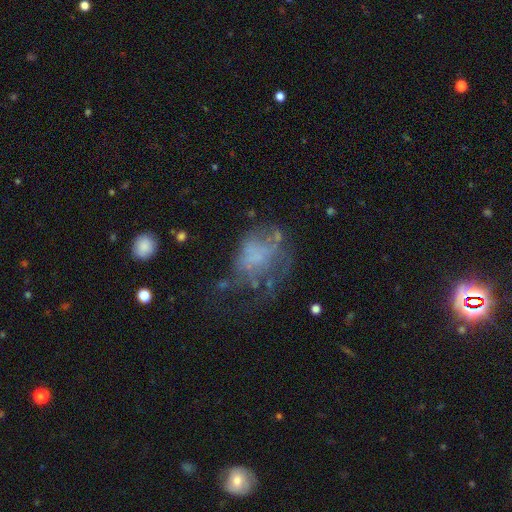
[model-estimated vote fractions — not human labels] Smooth or featured? Predicted: featured or disk (p=0.48). Merging? Predicted: major disturbance (p=0.43).